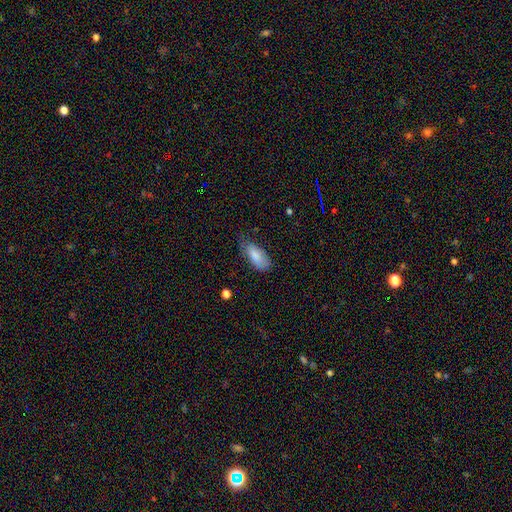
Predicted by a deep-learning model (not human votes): smooth 83%, featured or disk 11%, star or artifact 7%. Down the decision tree: how rounded — in between (88%); merging — none (53%).